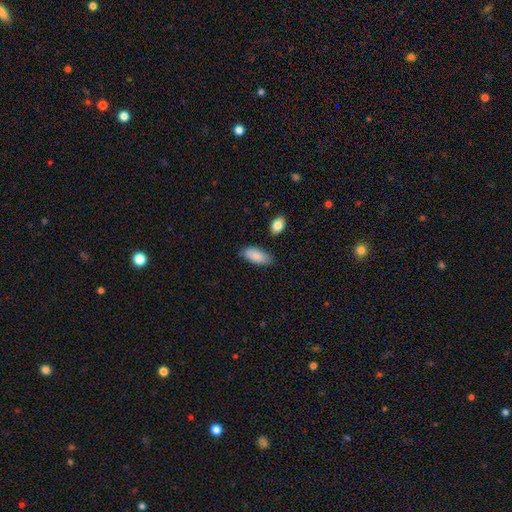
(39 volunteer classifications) Volunteers were most divided on "merging": none: 82%, minor disturbance: 10%, major disturbance: 8%, merger: 0%. More confident: smooth or featured — smooth (95%); how rounded — in between (95%).